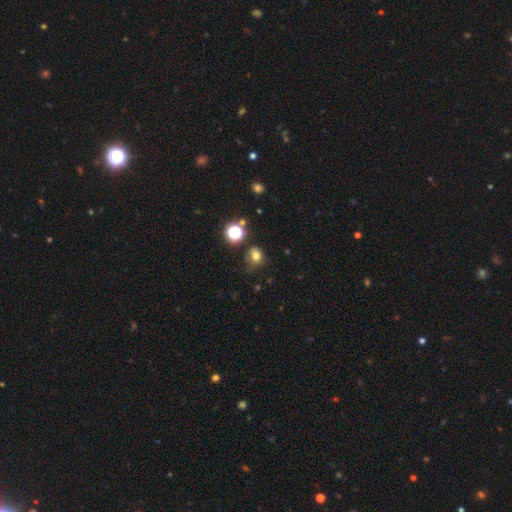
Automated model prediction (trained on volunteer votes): smooth_or_featured: smooth (p=0.74) [alt: star or artifact p=0.17]
how_rounded: round (p=0.66) [alt: in between p=0.33]
merging: none (p=0.59) [alt: minor disturbance p=0.27]